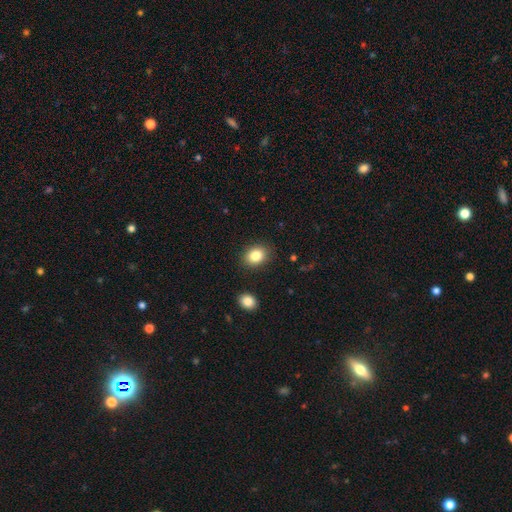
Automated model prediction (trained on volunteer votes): This is clearly a smooth galaxy (84%). How rounded: possibly in between (55%). Merging: clearly none (87%).